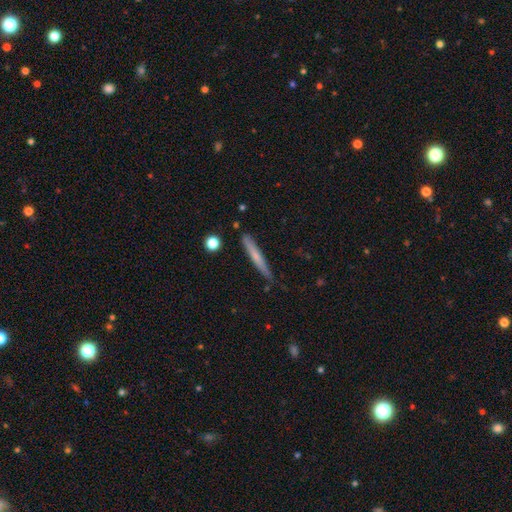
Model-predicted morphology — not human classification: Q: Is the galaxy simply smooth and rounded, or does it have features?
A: smooth — 57%.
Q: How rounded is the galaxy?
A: cigar-shaped — 96%.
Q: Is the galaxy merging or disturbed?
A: none — 84%.